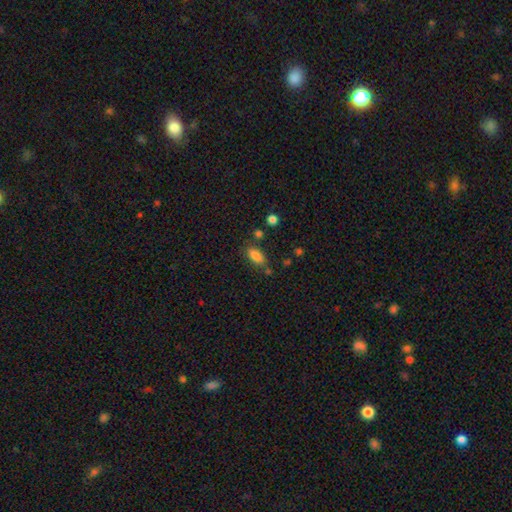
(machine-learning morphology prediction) Smooth or featured: smooth — 84% (star or artifact — 9%)
How rounded: in between — 88% (cigar-shaped — 8%)
Merging: none — 71% (minor disturbance — 16%)